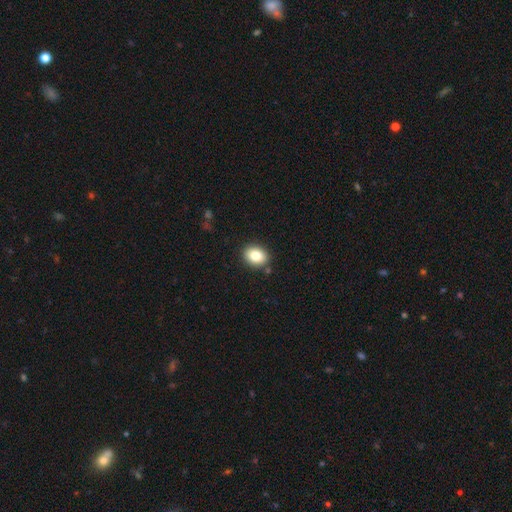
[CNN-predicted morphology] A smooth galaxy with no disk features (82%) that is in between round and cigar-shaped (56%). Merging: none (87%).